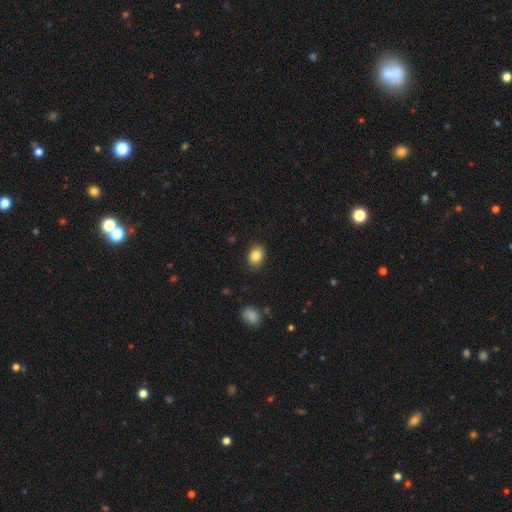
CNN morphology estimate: smooth 85%, star or artifact 9%, featured or disk 6%. Down the decision tree: how rounded — in between (65%); merging — none (86%).